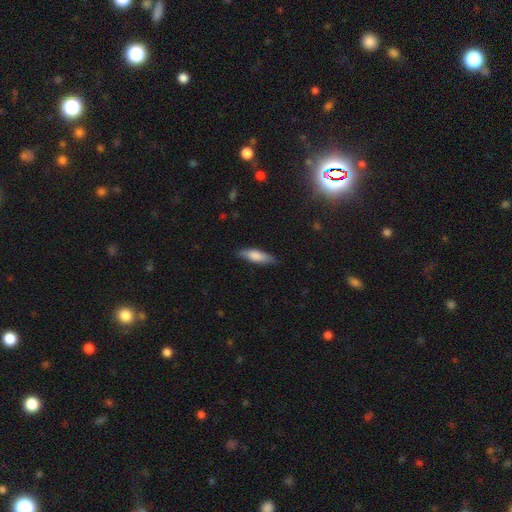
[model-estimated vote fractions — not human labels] smooth_or_featured: smooth (p=0.77) [alt: featured or disk p=0.17]
how_rounded: cigar-shaped (p=0.52) [alt: in between p=0.47]
merging: none (p=0.79) [alt: minor disturbance p=0.17]